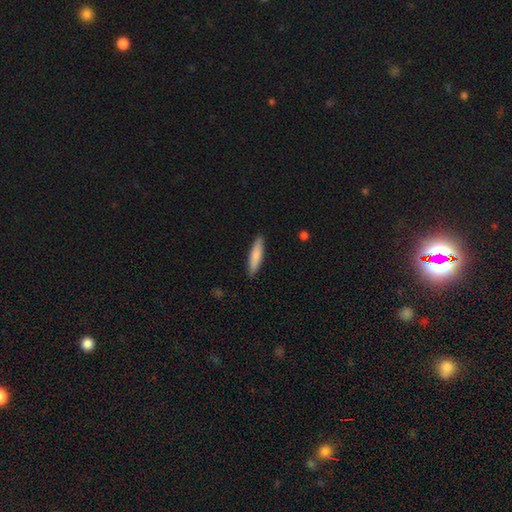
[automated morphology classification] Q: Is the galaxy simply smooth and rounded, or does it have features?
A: smooth — 81%.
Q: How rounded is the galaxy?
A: cigar-shaped — 80%.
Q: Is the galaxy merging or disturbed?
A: none — 89%.